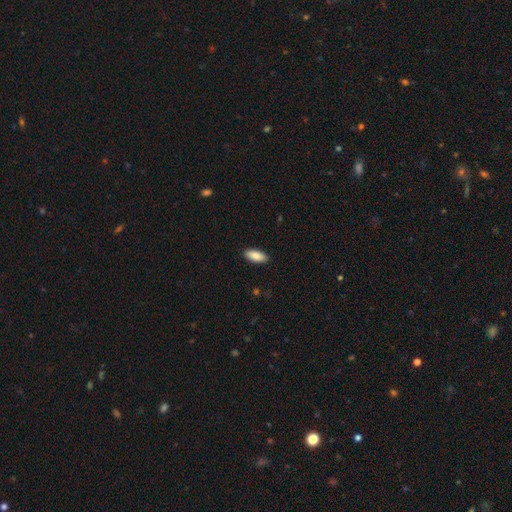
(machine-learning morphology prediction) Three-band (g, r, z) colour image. It shows a smooth galaxy with no disk features (88%) that is in between round and cigar-shaped (83%). Merging: none (90%).